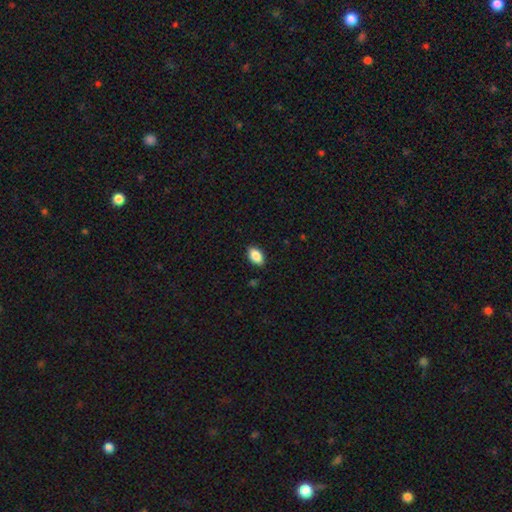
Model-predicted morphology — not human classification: This is clearly a smooth galaxy (87%). How rounded: clearly in between (93%). Merging: clearly none (88%).